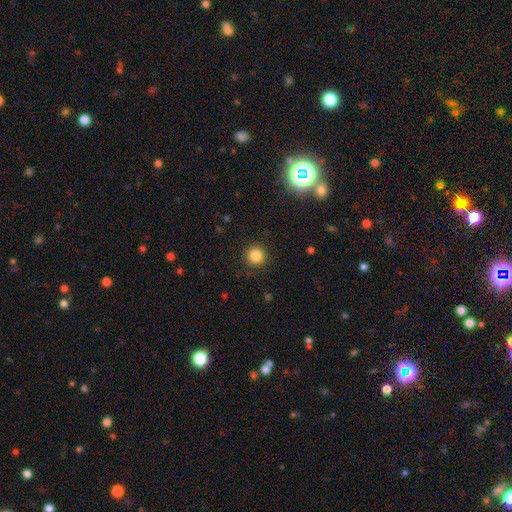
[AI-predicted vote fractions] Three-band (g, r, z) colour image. It shows a smooth galaxy with no disk features (84%) that is round (95%). Merging: none (91%).